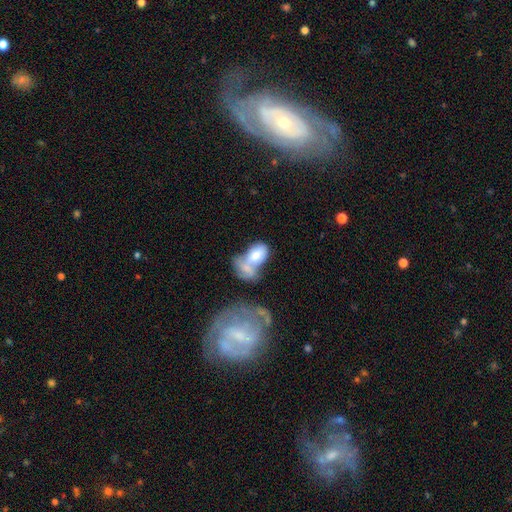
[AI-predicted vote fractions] Q: Smooth or featured?
A: smooth (61%); runner-up: featured or disk (31%)
Q: How rounded?
A: in between (88%); runner-up: round (10%)
Q: Merging?
A: merger (63%); runner-up: major disturbance (16%)